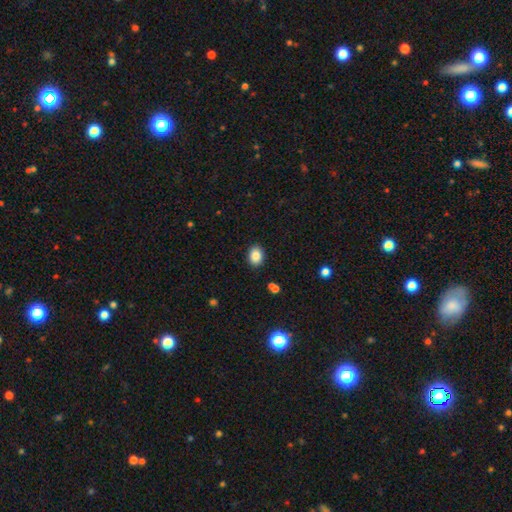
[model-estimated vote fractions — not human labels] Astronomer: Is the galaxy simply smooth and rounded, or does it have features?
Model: smooth — 86%.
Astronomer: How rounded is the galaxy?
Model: in between — 65%.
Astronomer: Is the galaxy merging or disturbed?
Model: none — 89%.